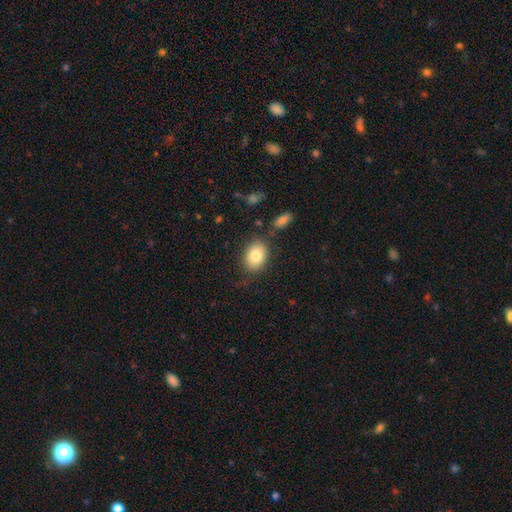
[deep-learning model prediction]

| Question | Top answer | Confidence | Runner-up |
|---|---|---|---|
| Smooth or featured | smooth | 82% | featured or disk (10%) |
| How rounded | in between | 76% | round (23%) |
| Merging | none | 80% | minor disturbance (12%) |